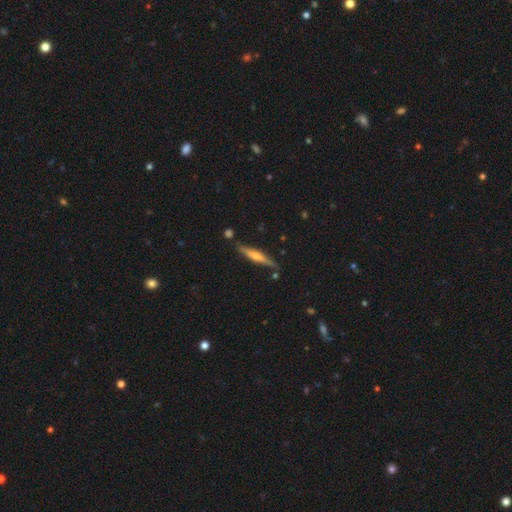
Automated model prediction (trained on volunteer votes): The model was most divided on "smooth or featured": featured or disk: 64%, smooth: 30%, star or artifact: 6%. More confident: edge-on disk — yes (97%); merging — none (85%); edge-on bulge — rounded (75%).